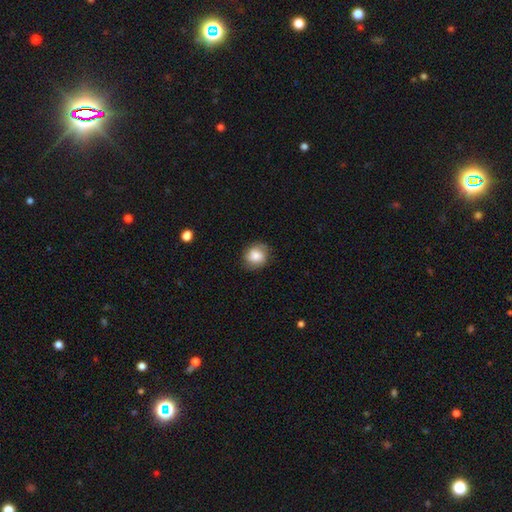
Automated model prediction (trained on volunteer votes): This appears to be a smooth galaxy with no disk features (76%) that is round (72%). Merging: none (78%).